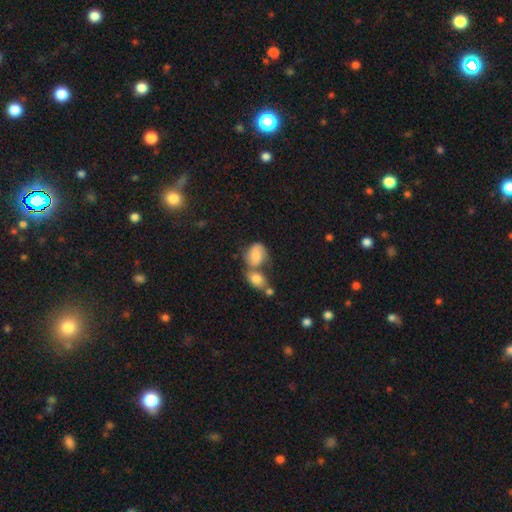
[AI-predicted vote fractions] Morphology: type=smooth (62%); roundness=in between (61%); merging=merger (54%).